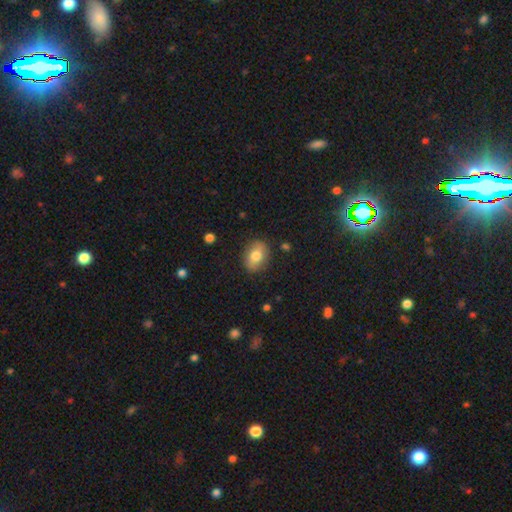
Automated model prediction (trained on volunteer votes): smooth 76%, featured or disk 17%, star or artifact 7%. Down the decision tree: how rounded — in between (76%); merging — none (84%).